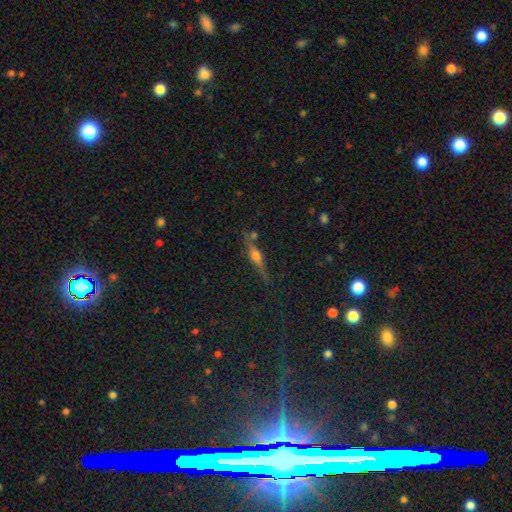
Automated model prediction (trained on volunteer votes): Q: Smooth or featured?
A: featured or disk (54%); runner-up: smooth (32%)
Q: Edge-on disk?
A: yes (90%); runner-up: no (10%)
Q: Merging?
A: none (66%); runner-up: minor disturbance (18%)